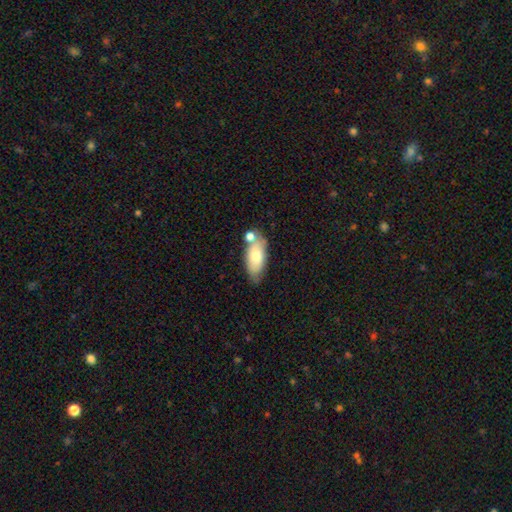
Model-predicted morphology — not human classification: smooth-or-featured: smooth: 69% | featured or disk: 24% | star or artifact: 7%
  how-rounded: in between: 88% | cigar-shaped: 9% | round: 3%
  merging: none: 56% | merger: 21% | minor disturbance: 18% | major disturbance: 5%